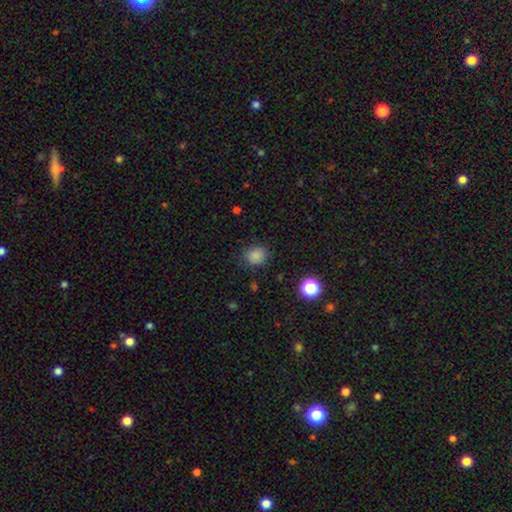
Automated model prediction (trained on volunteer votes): This is clearly a smooth galaxy (84%). How rounded: likely round (72%). Merging: clearly none (84%).